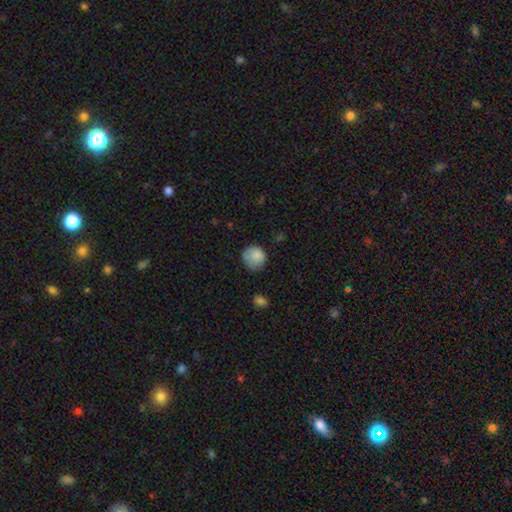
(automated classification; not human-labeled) The model was most divided on "merging": none: 58%, minor disturbance: 30%, major disturbance: 10%, merger: 2%. More confident: how rounded — round (83%); smooth or featured — smooth (83%).